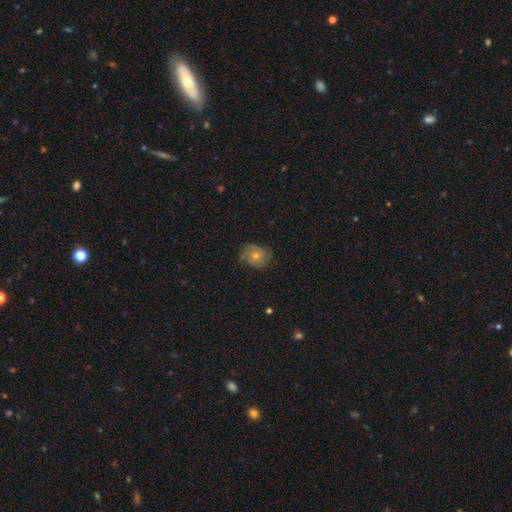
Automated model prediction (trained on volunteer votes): smooth_or_featured: featured or disk (p=0.47) [alt: smooth p=0.44]
merging: none (p=0.65) [alt: minor disturbance p=0.25]